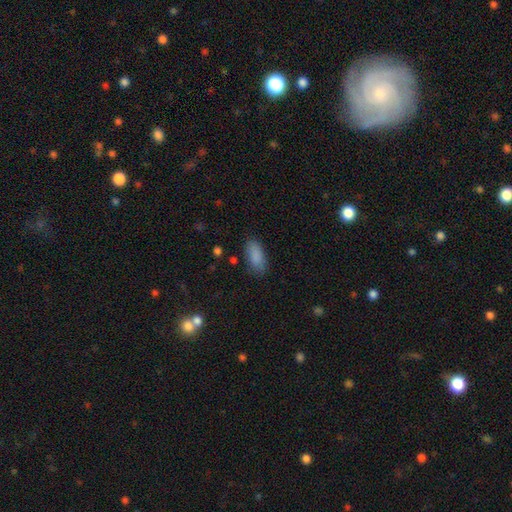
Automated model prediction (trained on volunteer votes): Morphology: type=smooth (87%); roundness=in between (88%); merging=none (80%).